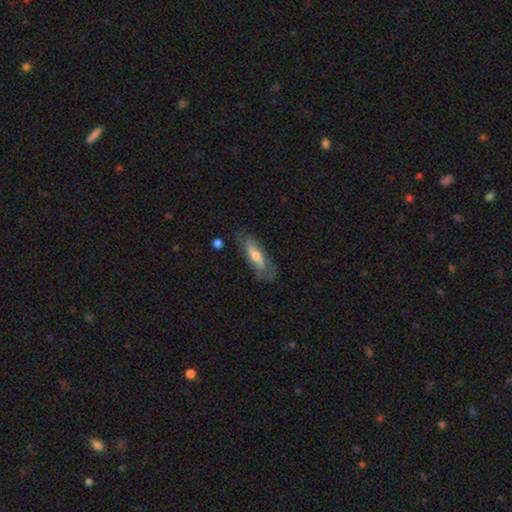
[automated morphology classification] Smooth or featured? featured or disk (52%)
Edge-on disk? no (65%)
Merging? none (65%)